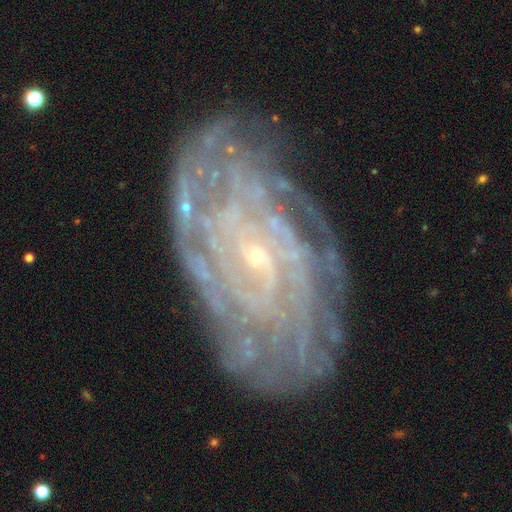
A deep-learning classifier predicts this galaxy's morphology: This is clearly a featured or disk galaxy (85%). It is clearly not viewed edge-on (95%). Bar: possibly no (52%). Spiral arm pattern: clearly yes (94%). Spiral arm count: marginally can't tell (38%). Spiral winding: likely tight (79%). Central bulge: clearly small (84%). Merging: likely none (79%).